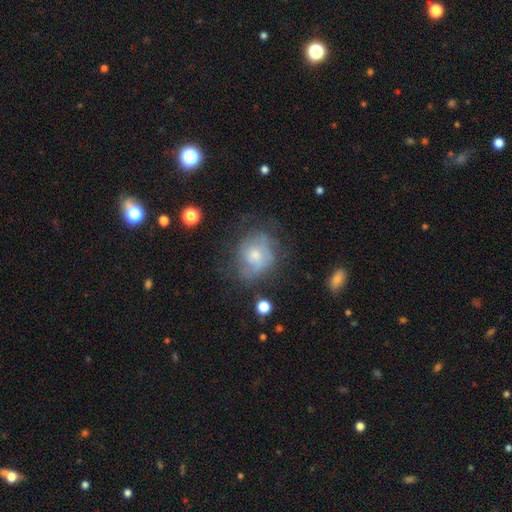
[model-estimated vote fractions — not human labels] Q: Smooth or featured?
A: featured or disk (59%); runner-up: smooth (32%)
Q: Edge-on disk?
A: no (97%); runner-up: yes (3%)
Q: Bar?
A: no (76%); runner-up: weak (21%)
Q: Spiral arms?
A: yes (69%); runner-up: no (31%)
Q: Bulge size?
A: moderate (47%); runner-up: small (45%)
Q: Merging?
A: none (52%); runner-up: minor disturbance (25%)